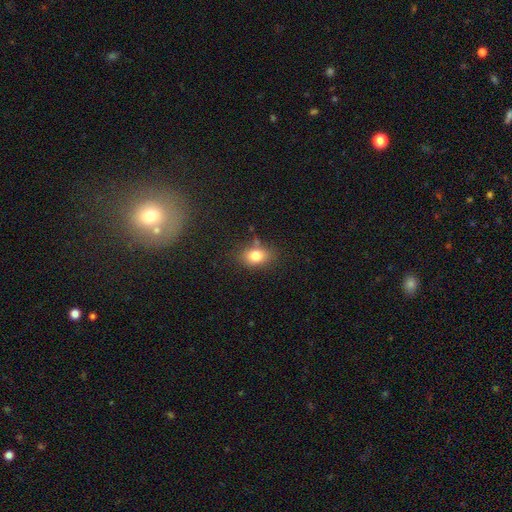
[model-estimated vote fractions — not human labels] Morphology: type=smooth (80%); roundness=in between (75%); merging=none (75%).